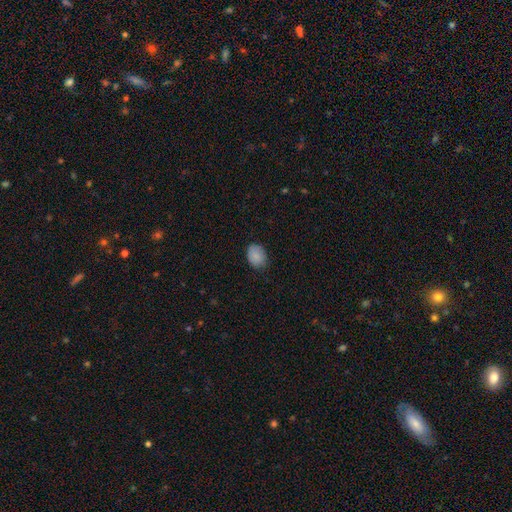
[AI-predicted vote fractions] A smooth galaxy with no disk features (87%) that is in between round and cigar-shaped (61%). Merging: none (79%).